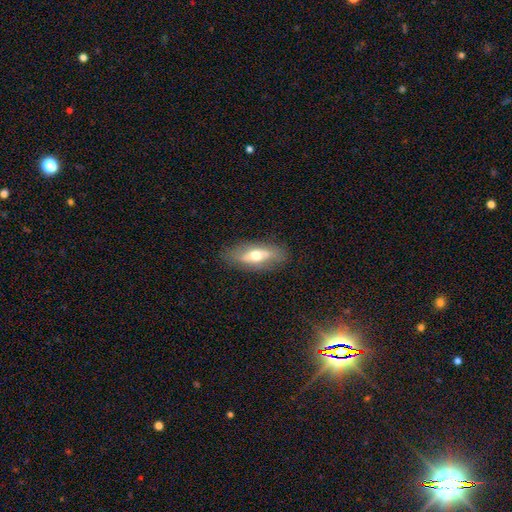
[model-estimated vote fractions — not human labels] Smooth or featured? Predicted: smooth (p=0.49). Merging? Predicted: none (p=0.81).